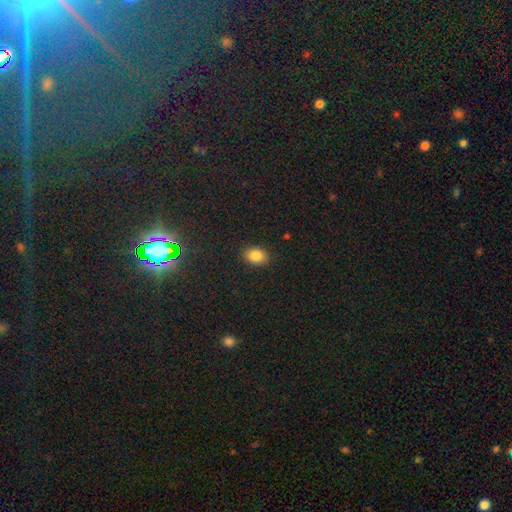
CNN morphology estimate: smooth-or-featured: smooth: 85% | star or artifact: 10% | featured or disk: 5%
  how-rounded: in between: 73% | round: 26% | cigar-shaped: 1%
  merging: none: 87% | minor disturbance: 9% | major disturbance: 2% | merger: 1%